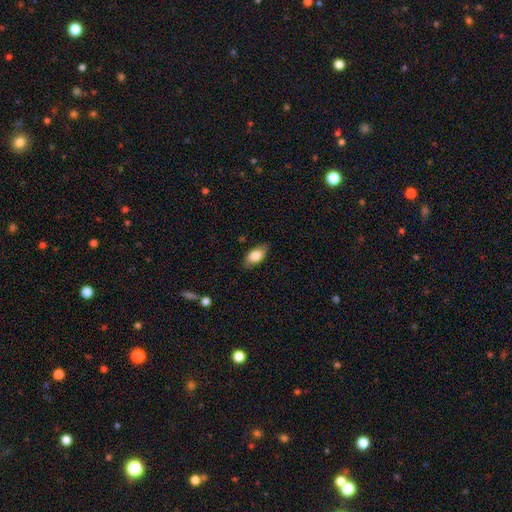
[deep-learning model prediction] smooth 80%, featured or disk 14%, star or artifact 7%. Down the decision tree: how rounded — in between (88%); merging — none (82%).